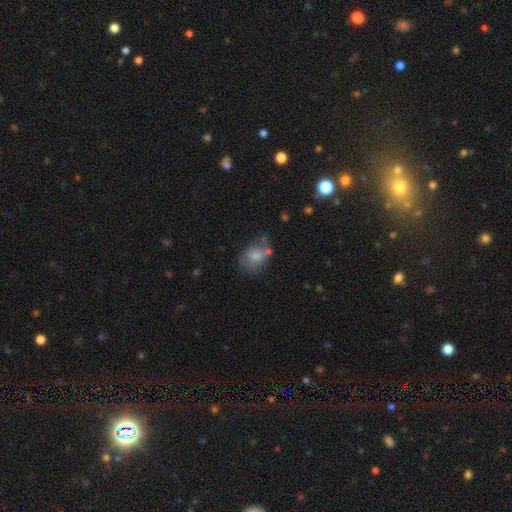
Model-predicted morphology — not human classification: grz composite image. It shows a smooth galaxy with no disk features (58%) that is in between round and cigar-shaped (64%). Merging: none (40%).